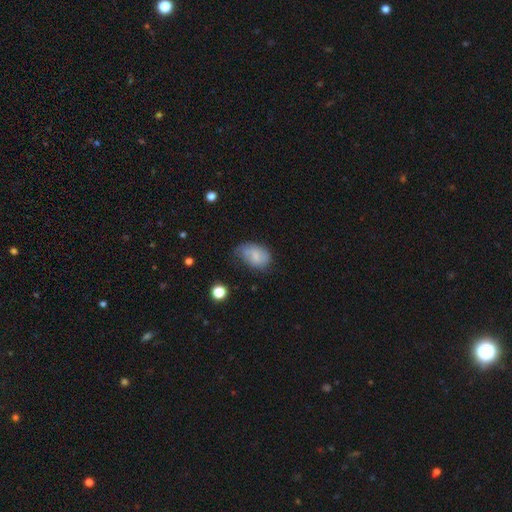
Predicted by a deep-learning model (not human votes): Smooth or featured: smooth — 66% (featured or disk — 26%)
How rounded: in between — 84% (round — 15%)
Merging: none — 45% (minor disturbance — 37%)